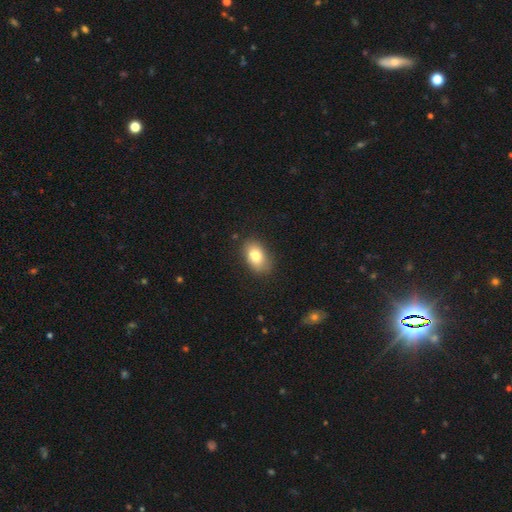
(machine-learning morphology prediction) A smooth galaxy with no disk features (79%) that is in between round and cigar-shaped (86%). Merging: none (84%).